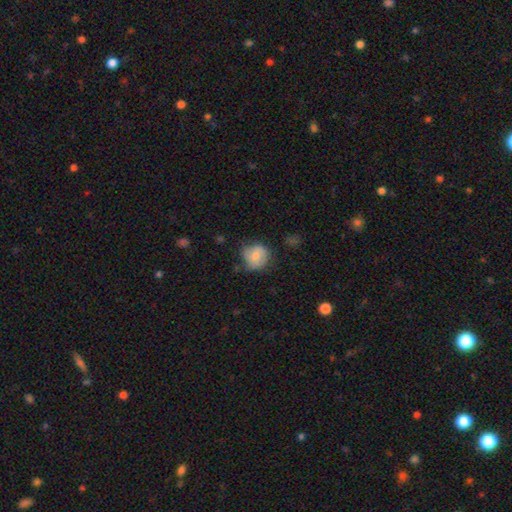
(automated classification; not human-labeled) This is likely a smooth galaxy (69%). How rounded: clearly round (80%). Merging: possibly none (55%).